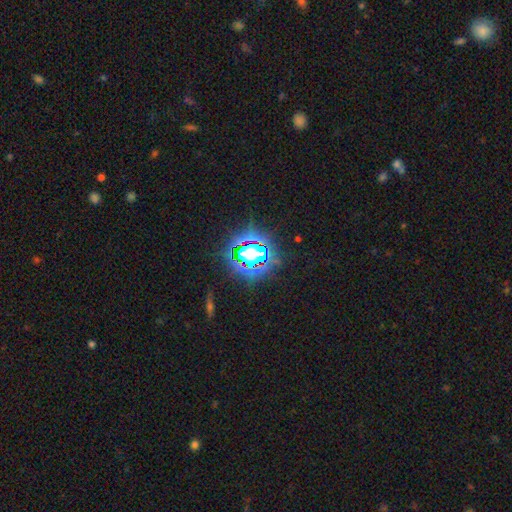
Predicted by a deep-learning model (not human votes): Q: Smooth or featured?
A: star or artifact (77%); runner-up: smooth (14%)